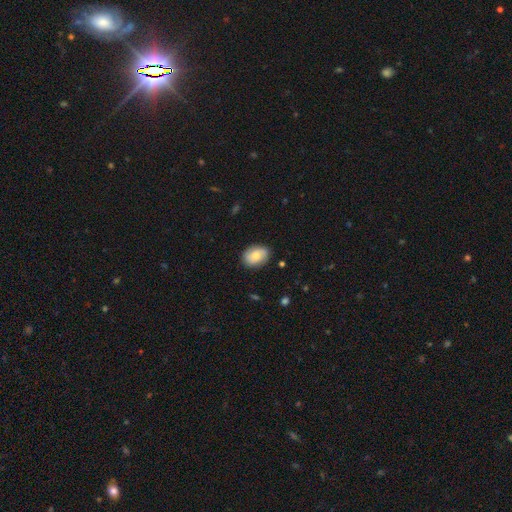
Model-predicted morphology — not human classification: smooth-or-featured: smooth: 68% | featured or disk: 24% | star or artifact: 7%
  how-rounded: in between: 74% | round: 25% | cigar-shaped: 1%
  merging: none: 83% | minor disturbance: 13% | major disturbance: 3% | merger: 1%